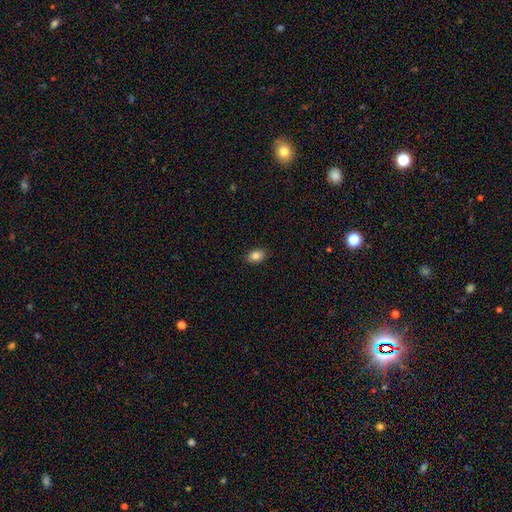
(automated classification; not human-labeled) Smooth or featured?
  - smooth: 85% *
  - star or artifact: 9%
  - featured or disk: 6%
How rounded?
  - in between: 82% *
  - round: 17%
  - cigar-shaped: 1%
Merging?
  - none: 88% *
  - minor disturbance: 9%
  - major disturbance: 2%
  - merger: 1%